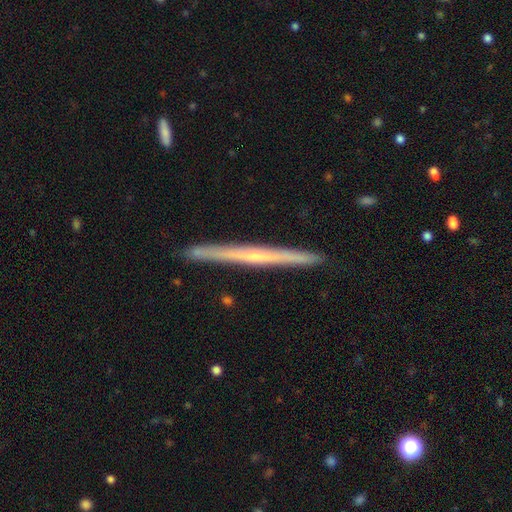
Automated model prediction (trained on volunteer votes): Q: Smooth or featured?
A: featured or disk (65%); runner-up: smooth (29%)
Q: Edge-on disk?
A: yes (98%); runner-up: no (2%)
Q: Edge-on bulge?
A: none (69%); runner-up: rounded (26%)
Q: Merging?
A: none (92%); runner-up: minor disturbance (6%)